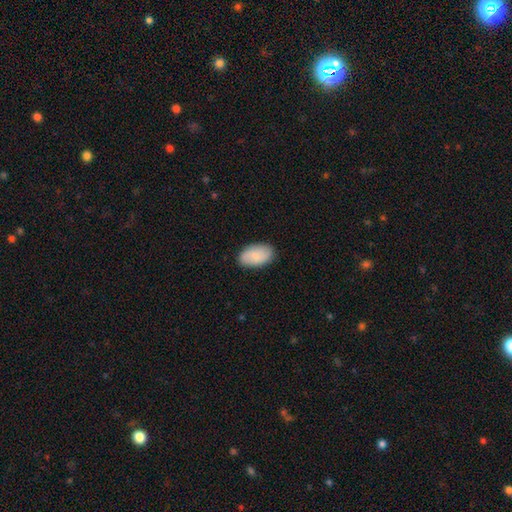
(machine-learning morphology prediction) Q: Smooth or featured?
A: smooth (80%); runner-up: featured or disk (14%)
Q: How rounded?
A: in between (94%); runner-up: round (4%)
Q: Merging?
A: none (85%); runner-up: minor disturbance (12%)